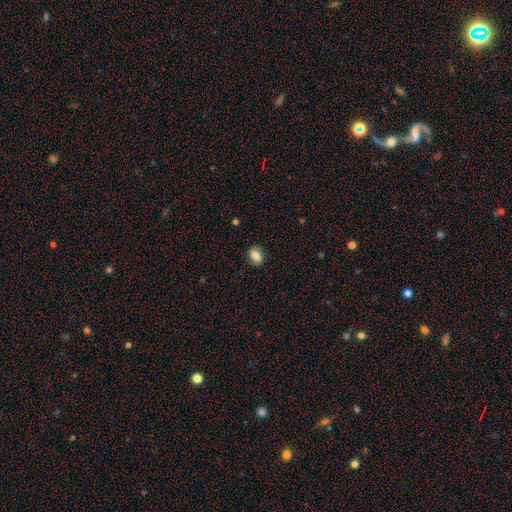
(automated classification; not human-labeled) smooth_or_featured: smooth (p=0.83) [alt: featured or disk p=0.09]
how_rounded: in between (p=0.71) [alt: round p=0.27]
merging: none (p=0.85) [alt: minor disturbance p=0.12]